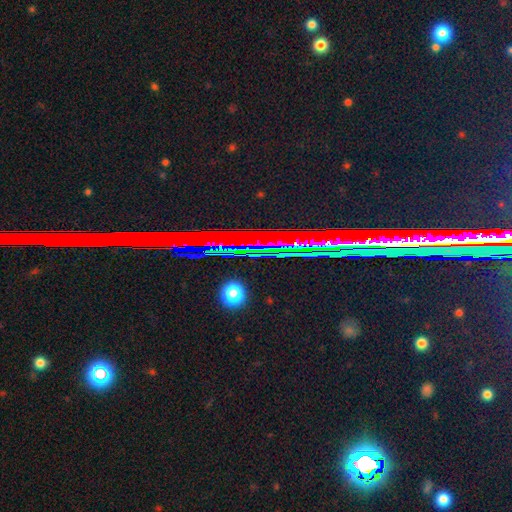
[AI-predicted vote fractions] Overall: star or artifact (82%).